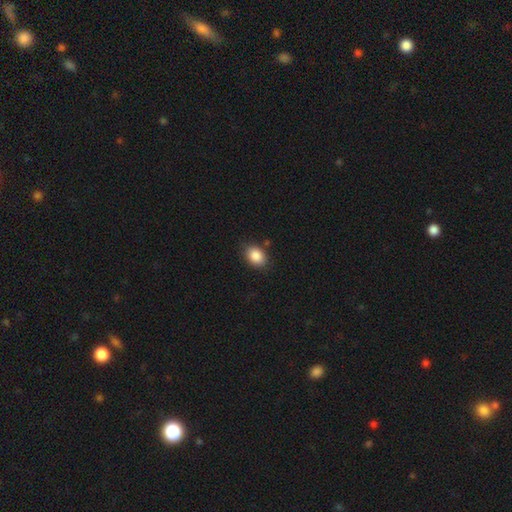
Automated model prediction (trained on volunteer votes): This appears to be a smooth galaxy with no disk features (87%) that is in between round and cigar-shaped (72%). Merging: none (83%).